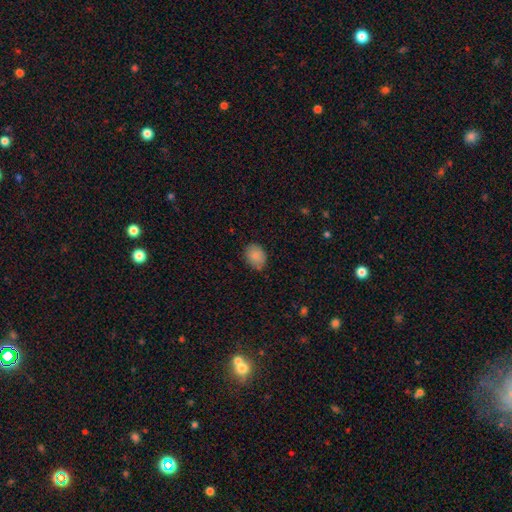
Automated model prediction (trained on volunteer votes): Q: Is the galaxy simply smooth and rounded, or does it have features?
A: smooth — 87%.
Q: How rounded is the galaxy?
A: in between — 61%.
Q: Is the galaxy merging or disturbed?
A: none — 76%.